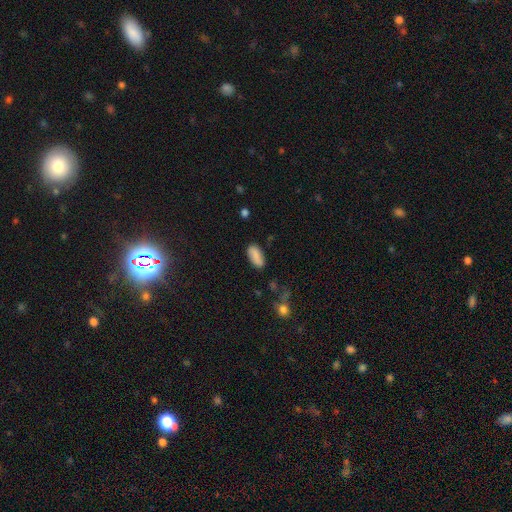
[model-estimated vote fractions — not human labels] smooth-or-featured: smooth: 85% | featured or disk: 8% | star or artifact: 7%
  how-rounded: in between: 86% | cigar-shaped: 12% | round: 2%
  merging: none: 82% | minor disturbance: 13% | major disturbance: 3% | merger: 2%